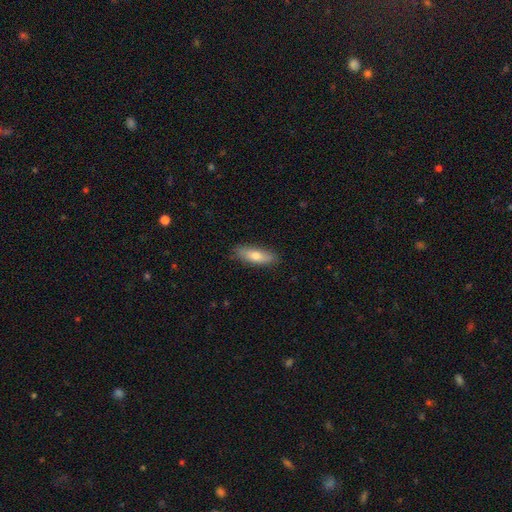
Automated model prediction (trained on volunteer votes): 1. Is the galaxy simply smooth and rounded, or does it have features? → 71% smooth, 23% featured or disk, 6% star or artifact.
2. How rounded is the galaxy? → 51% in between, 46% cigar-shaped, 2% round.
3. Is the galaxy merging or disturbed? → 84% none, 13% minor disturbance, 2% major disturbance, 1% merger.